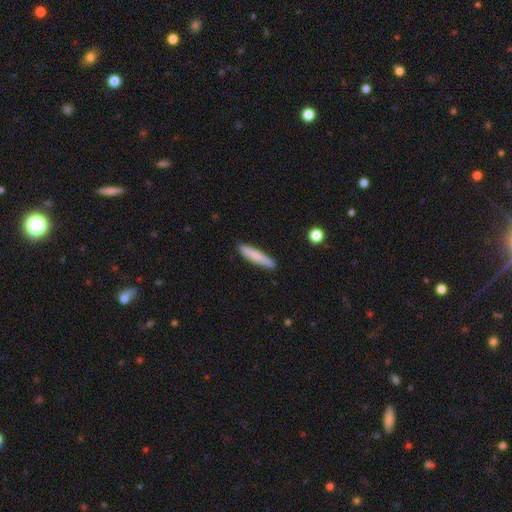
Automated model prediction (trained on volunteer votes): This appears to be a smooth galaxy with no disk features (77%) that is cigar-shaped (92%). Merging: none (89%).